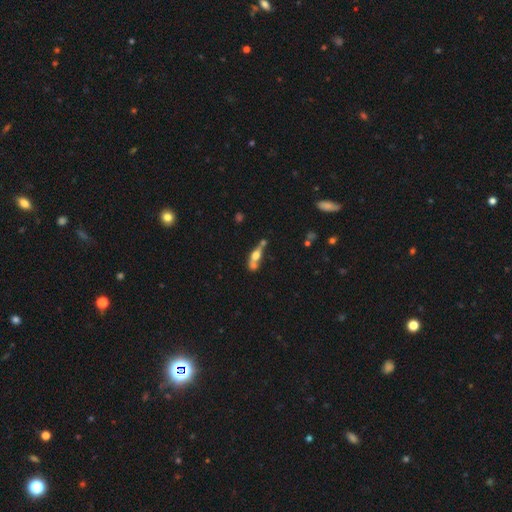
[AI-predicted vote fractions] This is possibly a featured or disk galaxy (52%). It is likely viewed edge-on (73%). Merging: marginally none (40%).